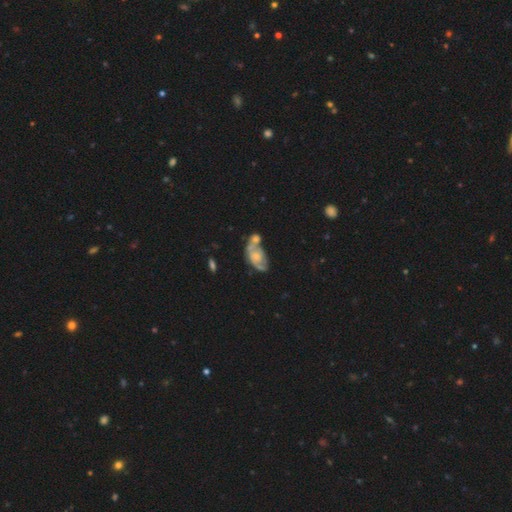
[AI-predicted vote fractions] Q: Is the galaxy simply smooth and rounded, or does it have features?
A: featured or disk — 62%.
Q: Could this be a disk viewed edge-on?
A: no — 95%.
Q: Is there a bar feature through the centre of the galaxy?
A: no — 79%.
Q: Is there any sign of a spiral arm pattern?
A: yes — 66%.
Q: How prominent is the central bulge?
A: small — 51%.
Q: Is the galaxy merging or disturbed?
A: merger — 47%.